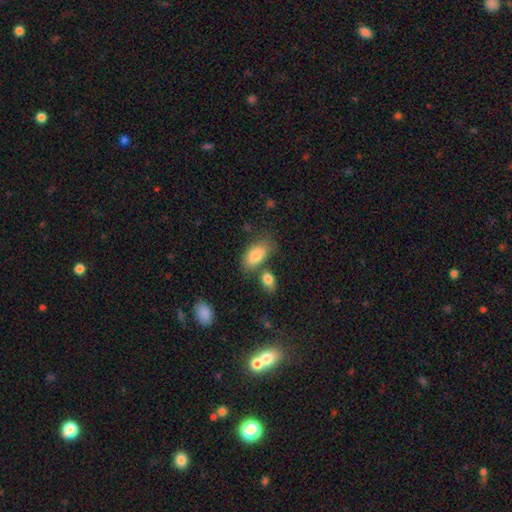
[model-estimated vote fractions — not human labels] Smooth or featured: smooth — 83% (featured or disk — 10%)
How rounded: in between — 91% (cigar-shaped — 4%)
Merging: none — 58% (merger — 22%)